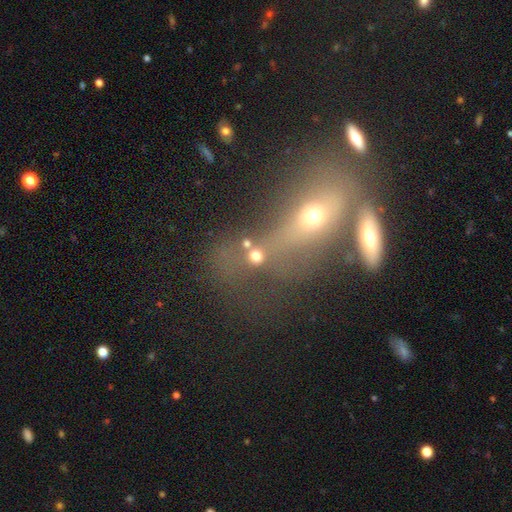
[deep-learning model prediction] Morphology: type=smooth (57%); roundness=round (67%); merging=merger (46%).